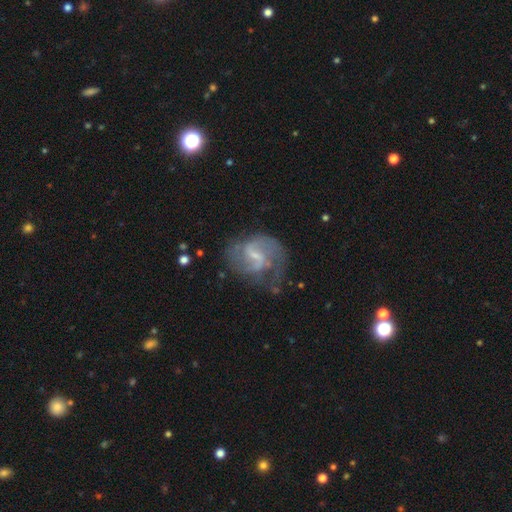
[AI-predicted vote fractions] featured or disk 84%, smooth 10%, star or artifact 6%. Down the decision tree: edge-on disk — no (98%); bar — weak (62%); spiral arms — yes (93%); spiral arm count — 2 (75%); spiral winding — medium (50%); bulge size — small (66%); merging — none (55%).